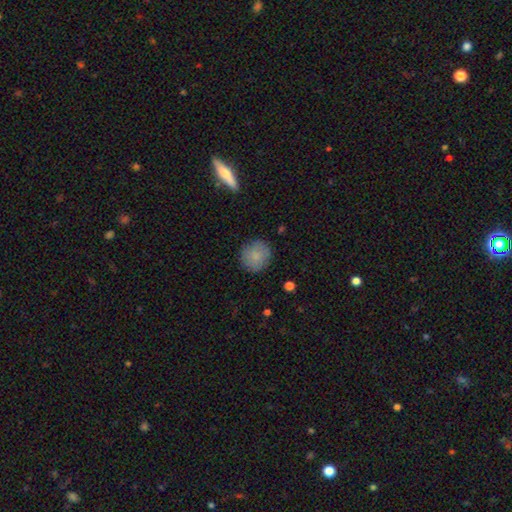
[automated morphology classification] Smooth or featured: smooth — 83% (featured or disk — 9%)
How rounded: round — 89% (in between — 10%)
Merging: none — 85% (minor disturbance — 11%)